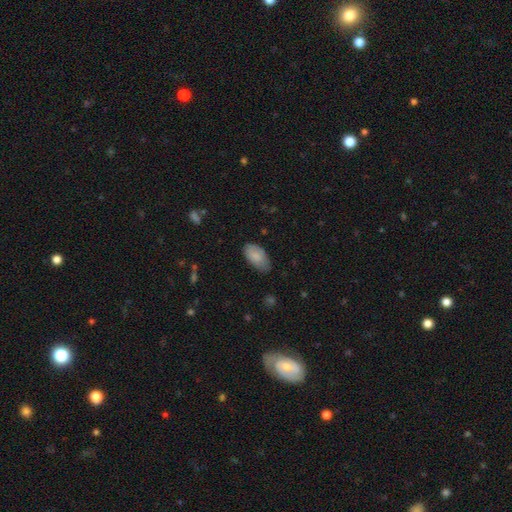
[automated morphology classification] smooth-or-featured: smooth: 84% | featured or disk: 9% | star or artifact: 6%
  how-rounded: in between: 95% | round: 3% | cigar-shaped: 3%
  merging: none: 66% | minor disturbance: 28% | major disturbance: 5% | merger: 1%